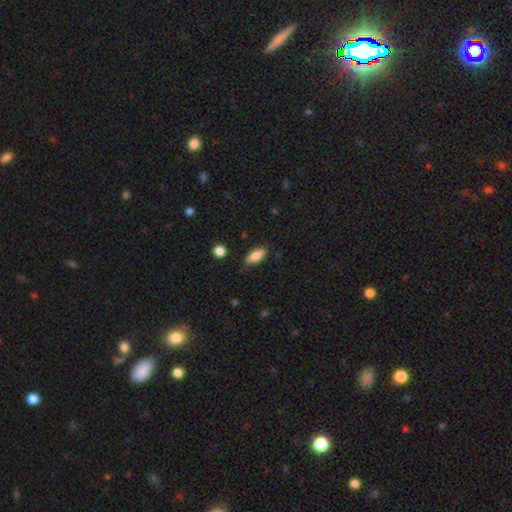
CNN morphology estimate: The model was most divided on "how rounded": in between: 78%, cigar-shaped: 19%, round: 3%. More confident: smooth or featured — smooth (82%); merging — none (80%).